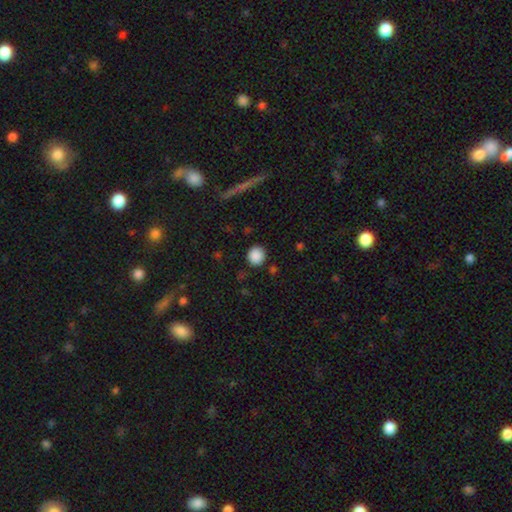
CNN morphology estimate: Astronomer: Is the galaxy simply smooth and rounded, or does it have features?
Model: smooth — 88%.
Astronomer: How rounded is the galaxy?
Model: round — 87%.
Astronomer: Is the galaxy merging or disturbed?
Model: none — 87%.